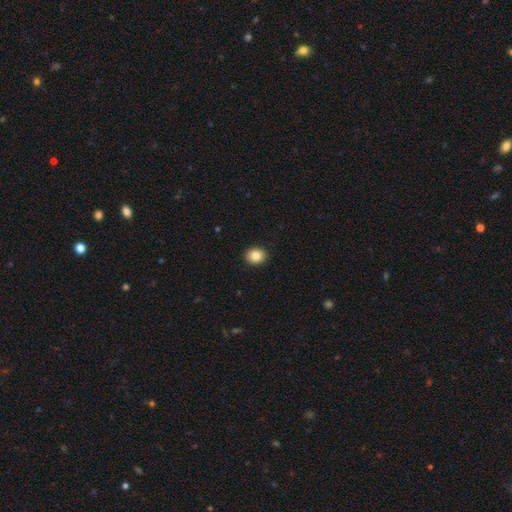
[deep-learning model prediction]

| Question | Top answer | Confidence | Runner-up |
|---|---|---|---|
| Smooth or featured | smooth | 83% | star or artifact (9%) |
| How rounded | round | 61% | in between (38%) |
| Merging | none | 92% | minor disturbance (6%) |